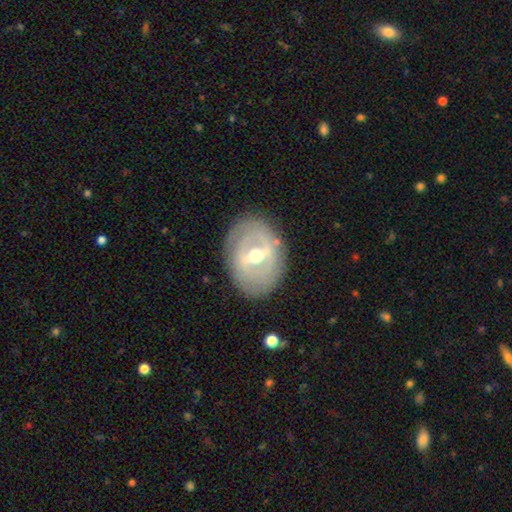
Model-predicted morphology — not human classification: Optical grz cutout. It shows a featured or disk galaxy (77%) with a strong bar (58%), no spiral arms (59%) and a moderate central bulge (72%). Merging: none (82%).